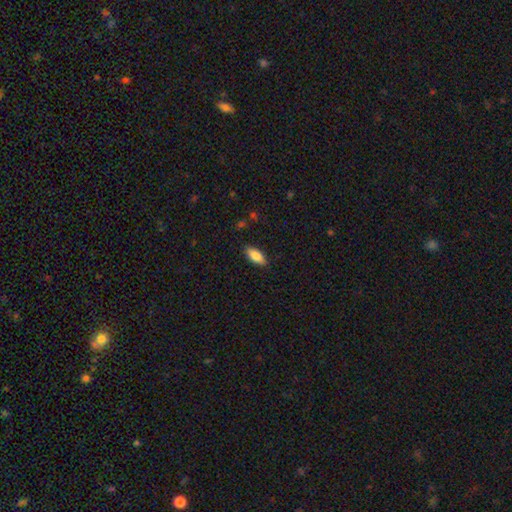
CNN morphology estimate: Overall: smooth (80%). How rounded: in between (82%). Merging: none (88%).